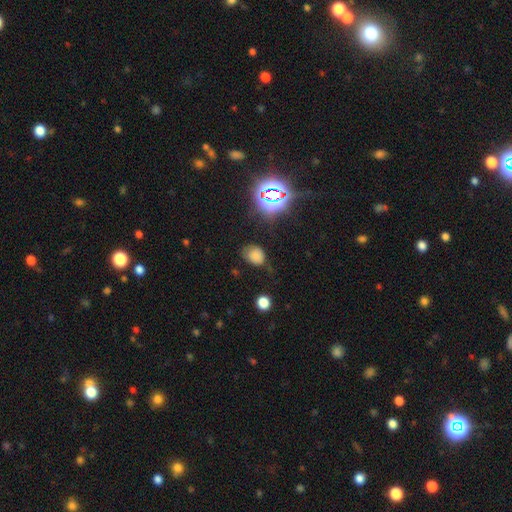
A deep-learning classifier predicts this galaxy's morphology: The model was most divided on "how rounded": in between: 52%, round: 46%, cigar-shaped: 1%. More confident: smooth or featured — smooth (72%); merging — none (62%).